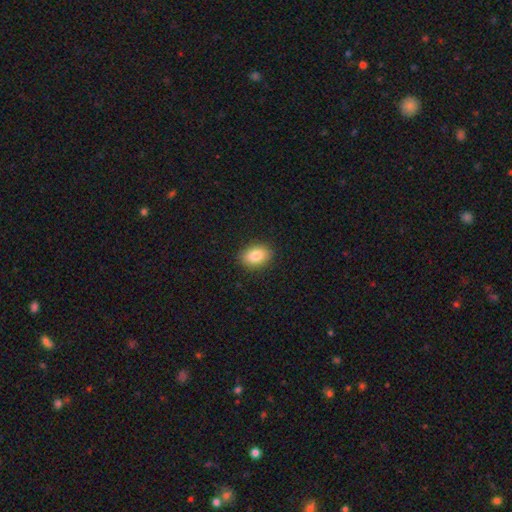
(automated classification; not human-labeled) This appears to be a smooth galaxy with no disk features (86%) that is in between round and cigar-shaped (80%). Merging: none (89%).